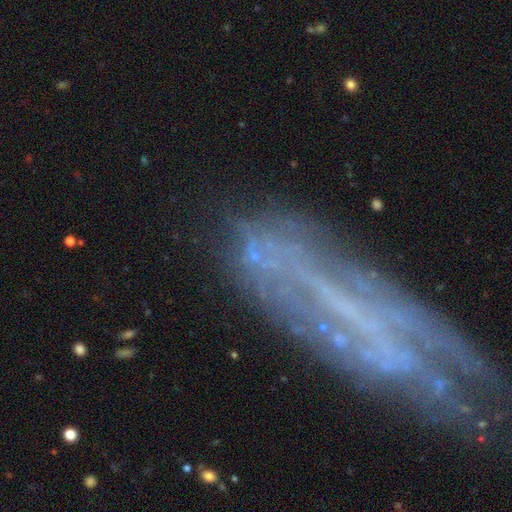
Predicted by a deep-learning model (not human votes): featured or disk 50%, star or artifact 31%, smooth 19%. Down the decision tree: merging — none (55%).